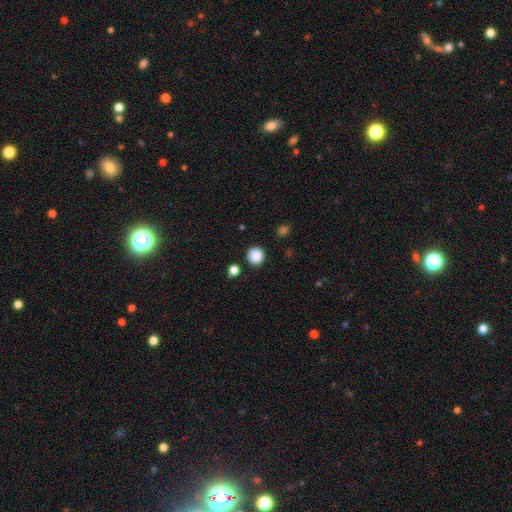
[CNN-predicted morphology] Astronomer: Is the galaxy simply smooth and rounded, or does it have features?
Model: smooth — 88%.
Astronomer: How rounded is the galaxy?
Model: round — 94%.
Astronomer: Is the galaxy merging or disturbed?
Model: none — 90%.